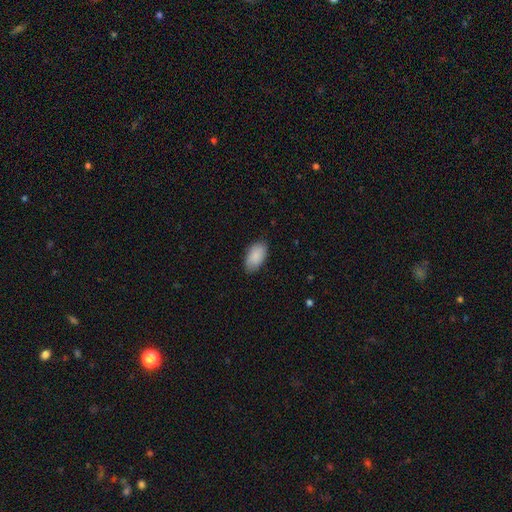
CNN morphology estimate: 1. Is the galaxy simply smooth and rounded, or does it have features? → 89% smooth, 6% star or artifact, 5% featured or disk.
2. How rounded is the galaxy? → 95% in between, 4% round, 2% cigar-shaped.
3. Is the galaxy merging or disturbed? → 83% none, 14% minor disturbance, 2% major disturbance, 1% merger.